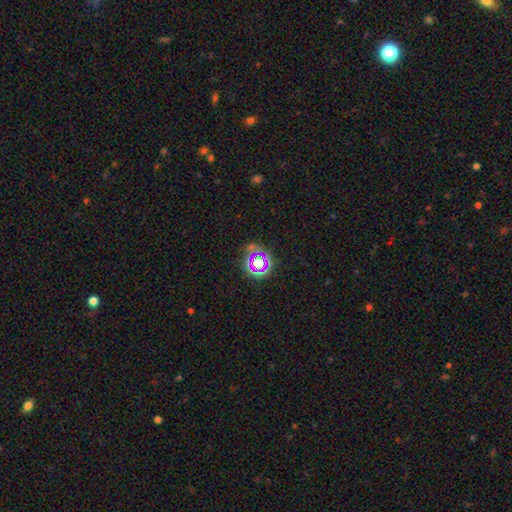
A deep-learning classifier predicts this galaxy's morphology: Smooth or featured? star or artifact (67%)